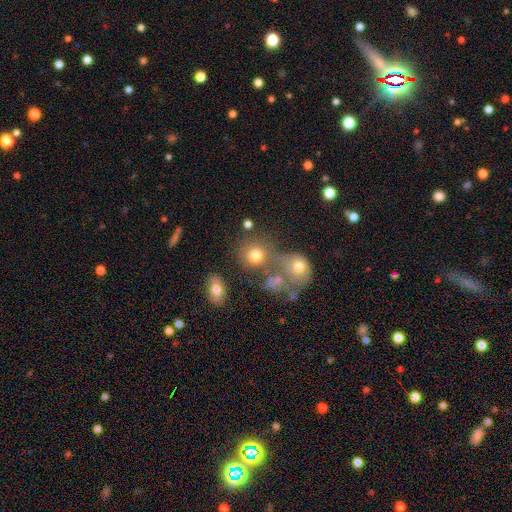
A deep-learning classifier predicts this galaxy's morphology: smooth_or_featured: smooth (p=0.73) [alt: star or artifact p=0.14]
how_rounded: round (p=0.82) [alt: in between p=0.17]
merging: none (p=0.49) [alt: merger p=0.33]